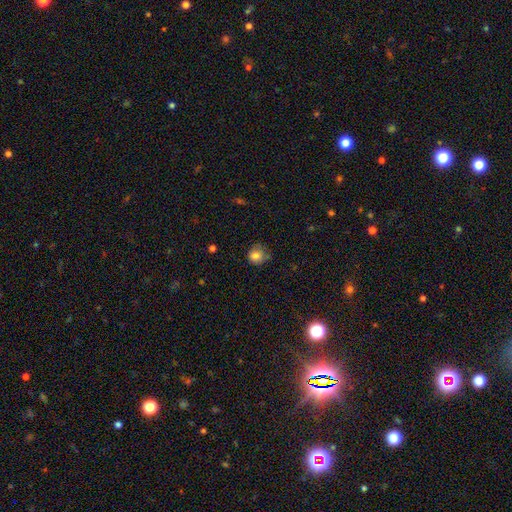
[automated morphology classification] This appears to be a smooth galaxy with no disk features (81%) that is round (84%). Merging: none (61%).